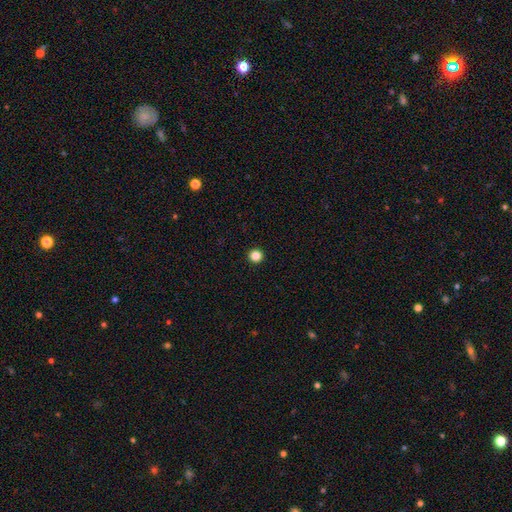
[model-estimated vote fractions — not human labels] Overall: smooth (85%). How rounded: round (96%). Merging: none (94%).